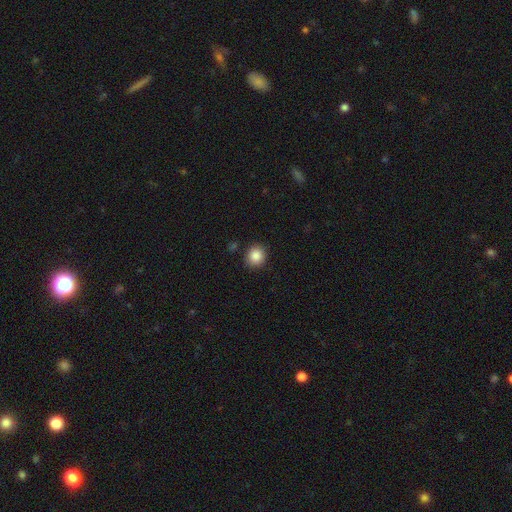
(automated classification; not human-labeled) A smooth galaxy with no disk features (87%) that is round (82%). Merging: none (87%).